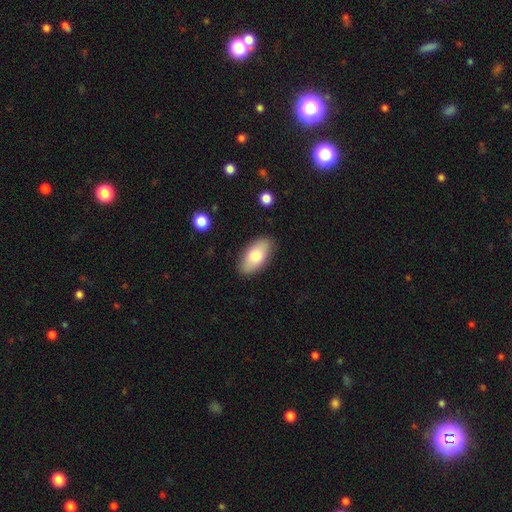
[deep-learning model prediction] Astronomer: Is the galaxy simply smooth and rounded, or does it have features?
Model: smooth — 76%.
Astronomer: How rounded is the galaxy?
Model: in between — 92%.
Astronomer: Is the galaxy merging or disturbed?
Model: none — 86%.